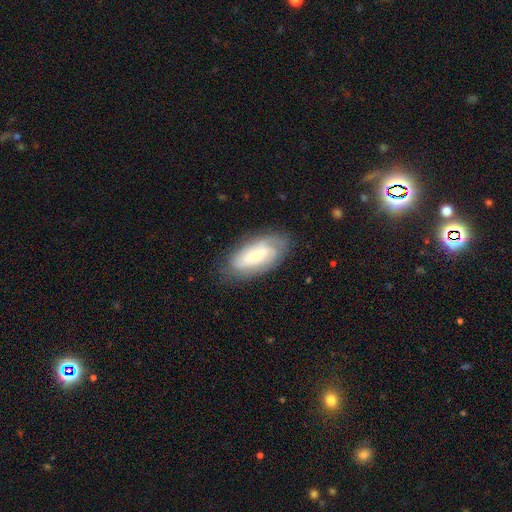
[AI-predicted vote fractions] A featured or disk galaxy (62%) with no bar (42%), spiral arms (81%) and a small central bulge (50%). Merging: none (75%).